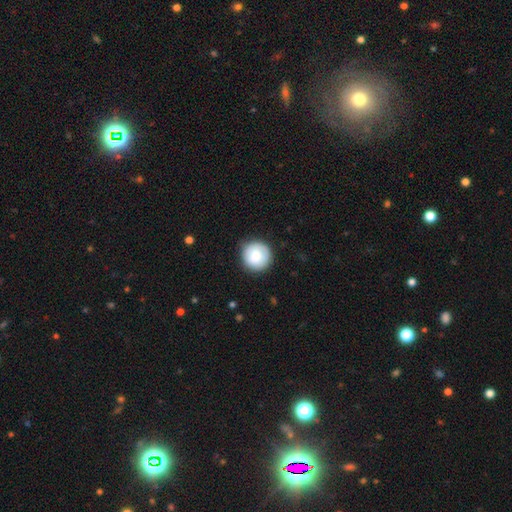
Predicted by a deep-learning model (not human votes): smooth-or-featured: smooth: 84% | featured or disk: 9% | star or artifact: 6%
  how-rounded: round: 95% | in between: 4% | cigar-shaped: 1%
  merging: none: 84% | minor disturbance: 12% | major disturbance: 3% | merger: 1%